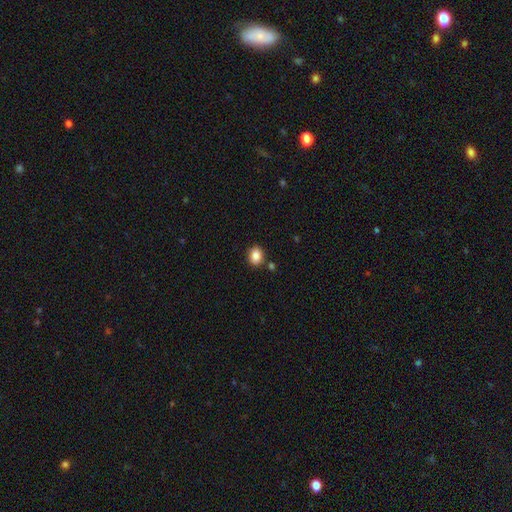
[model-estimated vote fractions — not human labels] Smooth or featured? smooth (86%)
How rounded? in between (57%)
Merging? none (82%)